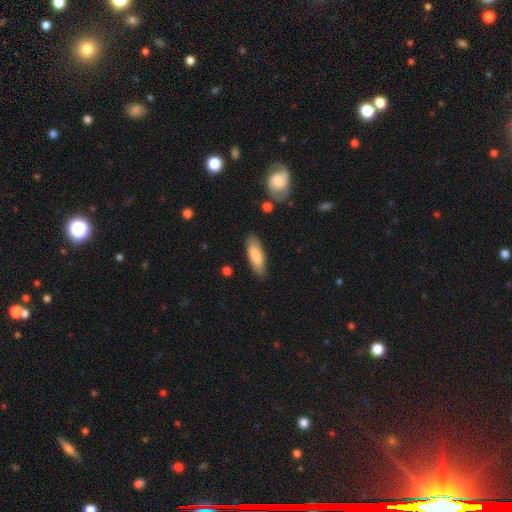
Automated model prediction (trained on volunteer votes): Smooth or featured: smooth — 81% (featured or disk — 13%)
How rounded: in between — 59% (cigar-shaped — 39%)
Merging: none — 85% (minor disturbance — 11%)